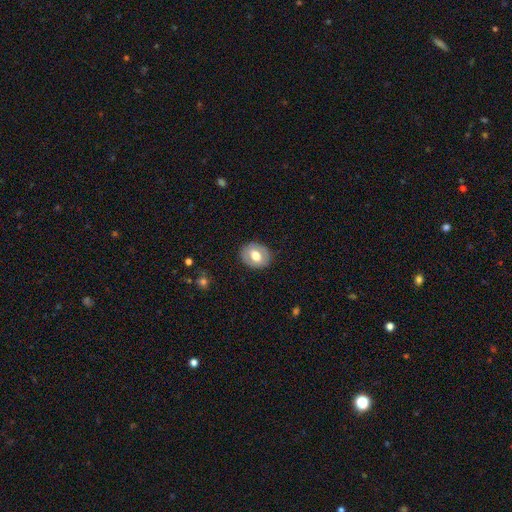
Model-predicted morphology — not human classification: This is likely a smooth galaxy (63%). How rounded: possibly round (51%). Merging: clearly none (86%).